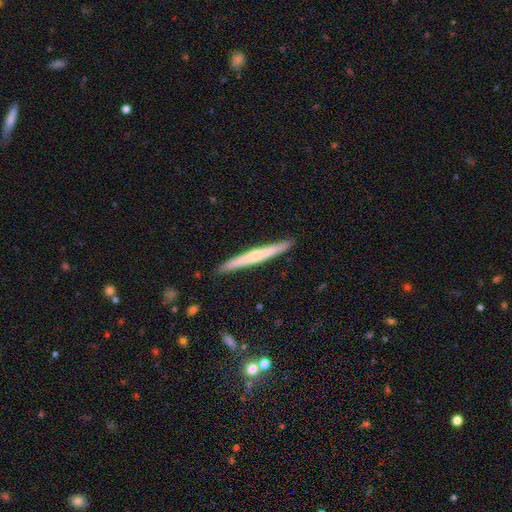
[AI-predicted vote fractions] A featured or disk galaxy (52%) viewed edge-on (97%) with no central bulge (48%). Merging: none (91%).